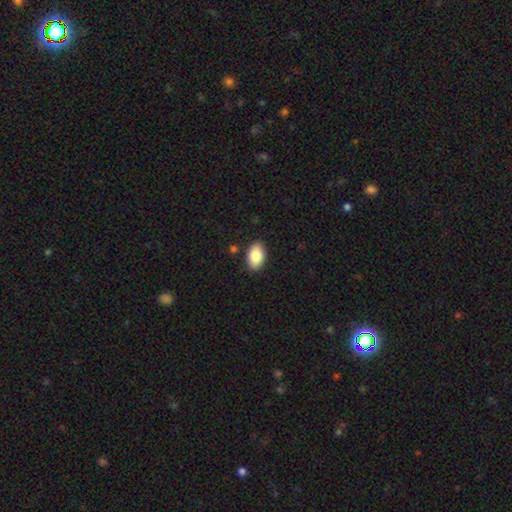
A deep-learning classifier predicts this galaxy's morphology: smooth_or_featured: smooth (p=0.87) [alt: star or artifact p=0.07]
how_rounded: in between (p=0.93) [alt: round p=0.05]
merging: none (p=0.87) [alt: minor disturbance p=0.09]